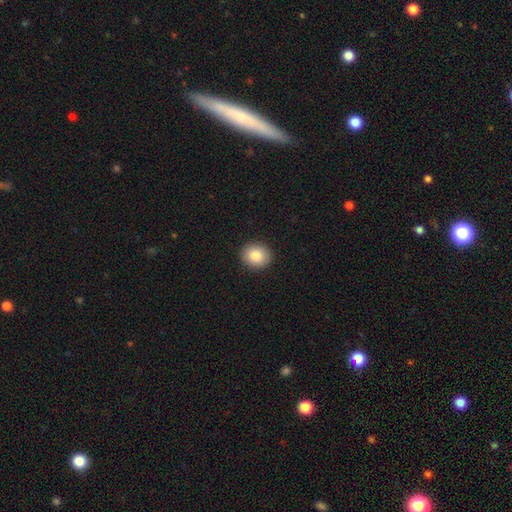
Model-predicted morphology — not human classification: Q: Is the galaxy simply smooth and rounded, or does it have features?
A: smooth — 85%.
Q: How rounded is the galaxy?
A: round — 71%.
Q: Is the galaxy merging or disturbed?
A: none — 92%.